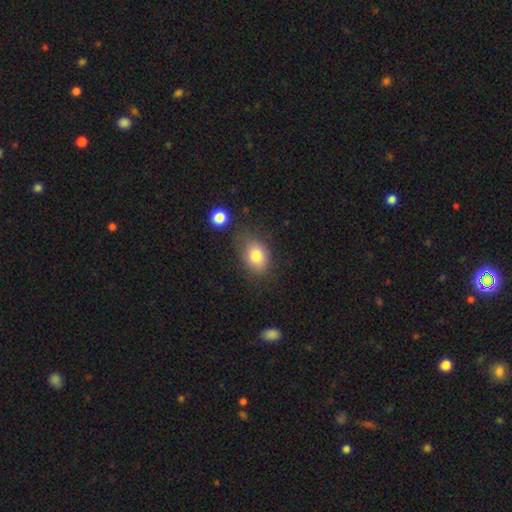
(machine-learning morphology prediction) smooth 81%, featured or disk 10%, star or artifact 9%. Down the decision tree: how rounded — in between (72%); merging — none (67%).